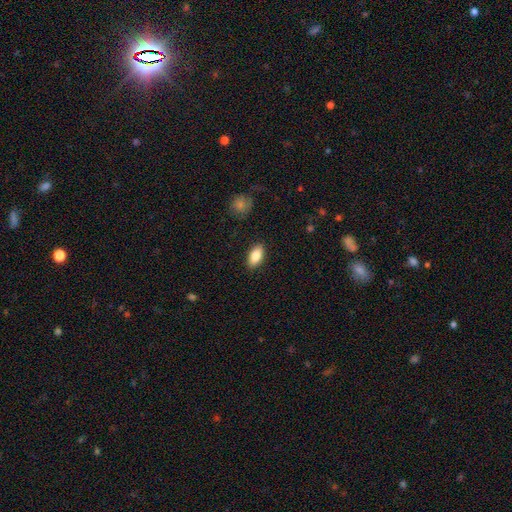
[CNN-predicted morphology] The model was most divided on "smooth or featured": smooth: 84%, featured or disk: 9%, star or artifact: 7%. More confident: how rounded — in between (90%); merging — none (88%).